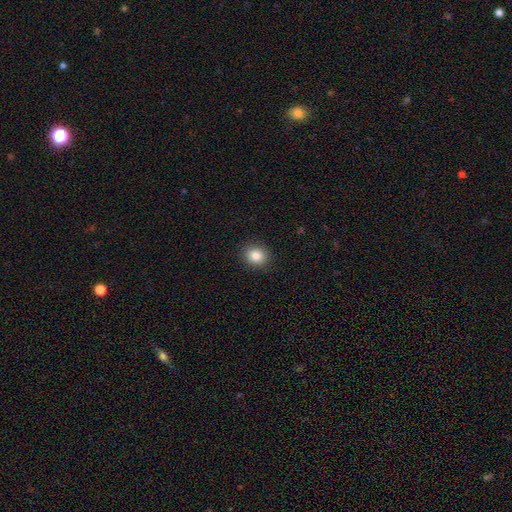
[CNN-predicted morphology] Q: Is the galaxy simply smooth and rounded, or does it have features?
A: smooth — 85%.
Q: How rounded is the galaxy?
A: round — 66%.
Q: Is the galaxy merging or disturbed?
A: none — 90%.